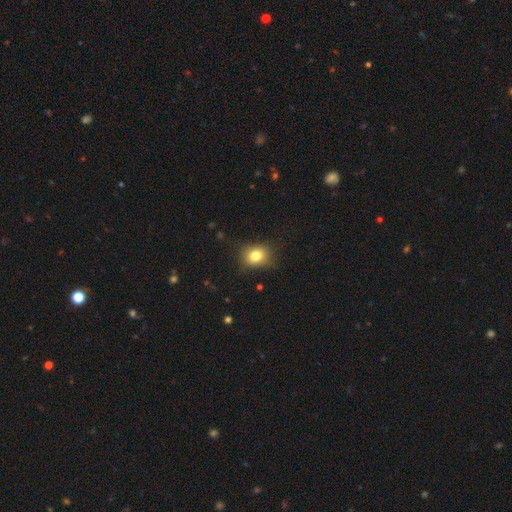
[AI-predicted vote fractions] This is likely a smooth galaxy (79%). How rounded: possibly round (56%). Merging: likely none (79%).